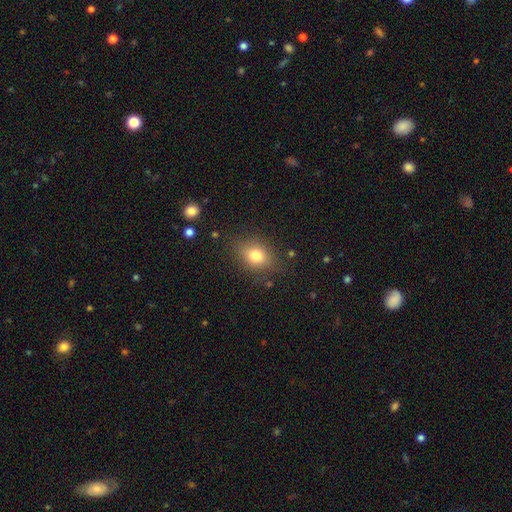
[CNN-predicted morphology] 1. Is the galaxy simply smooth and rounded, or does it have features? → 77% smooth, 12% featured or disk, 11% star or artifact.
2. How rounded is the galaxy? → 64% in between, 34% round, 2% cigar-shaped.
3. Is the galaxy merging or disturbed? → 81% none, 13% minor disturbance, 4% major disturbance, 2% merger.